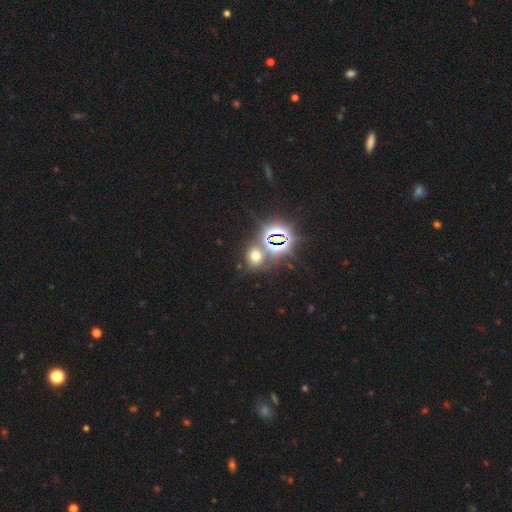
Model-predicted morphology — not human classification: smooth_or_featured: star or artifact (p=0.46) [alt: smooth p=0.45]